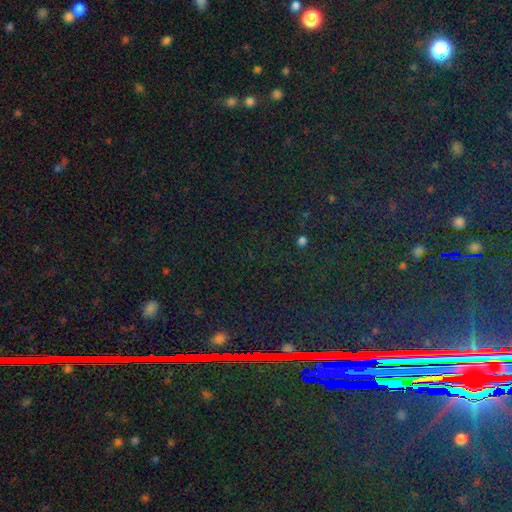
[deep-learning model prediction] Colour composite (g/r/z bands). It shows a star or artifact, not a galaxy (85%).